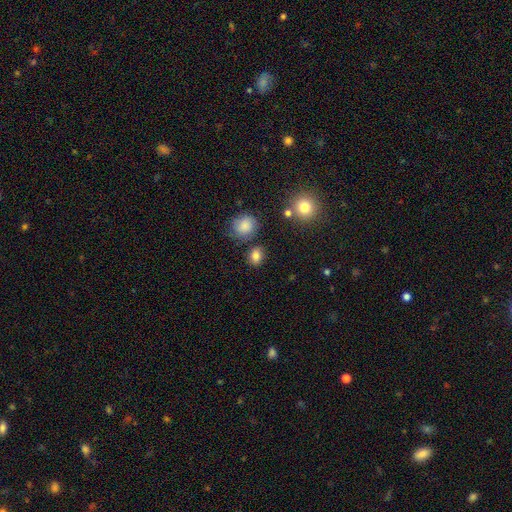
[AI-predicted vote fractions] Morphology: type=smooth (83%); roundness=round (57%); merging=none (78%).